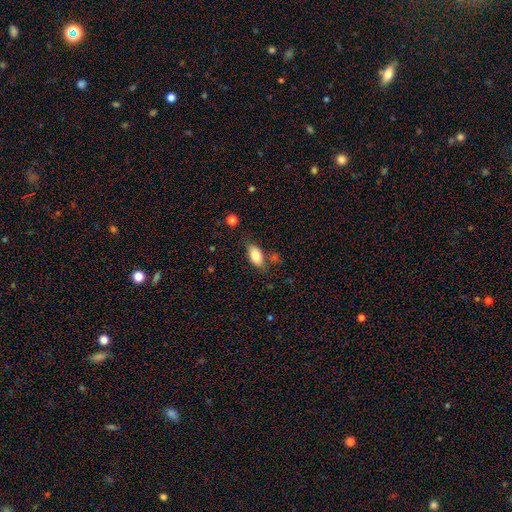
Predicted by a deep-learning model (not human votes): Overall: smooth (81%). How rounded: in between (91%). Merging: none (74%).